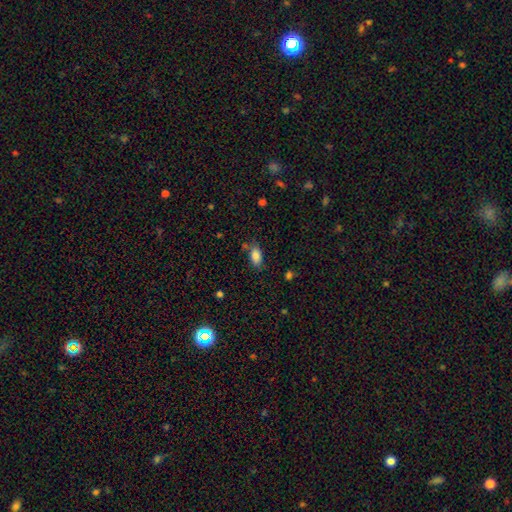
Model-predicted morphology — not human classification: Smooth or featured? Predicted: smooth (p=0.85). How rounded? Predicted: in between (p=0.91). Merging? Predicted: none (p=0.73).